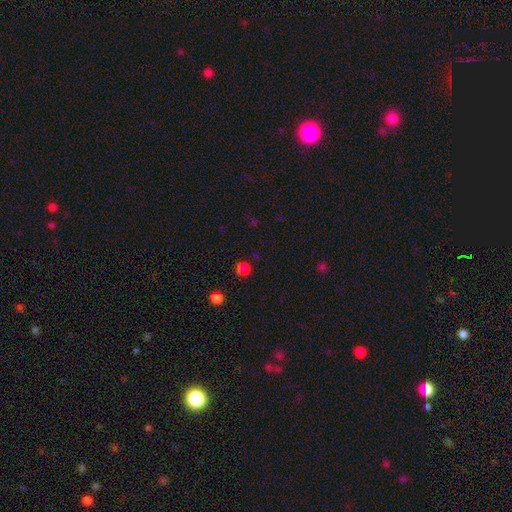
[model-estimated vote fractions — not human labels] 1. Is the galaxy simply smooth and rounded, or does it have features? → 66% smooth, 27% star or artifact, 7% featured or disk.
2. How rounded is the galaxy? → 82% round, 16% in between, 1% cigar-shaped.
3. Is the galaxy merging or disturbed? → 64% none, 21% merger, 11% minor disturbance, 5% major disturbance.